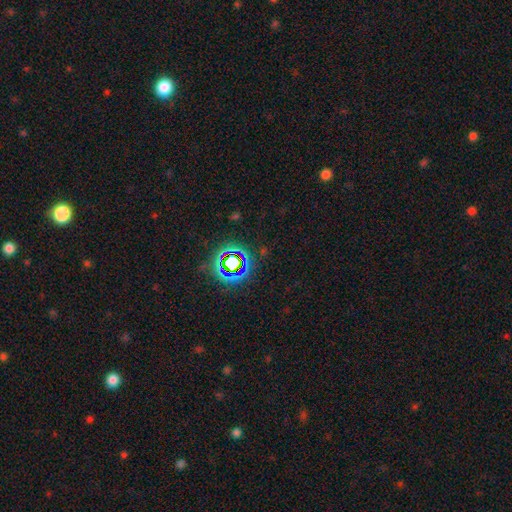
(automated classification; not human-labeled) Smooth or featured: star or artifact — 64% (smooth — 21%)